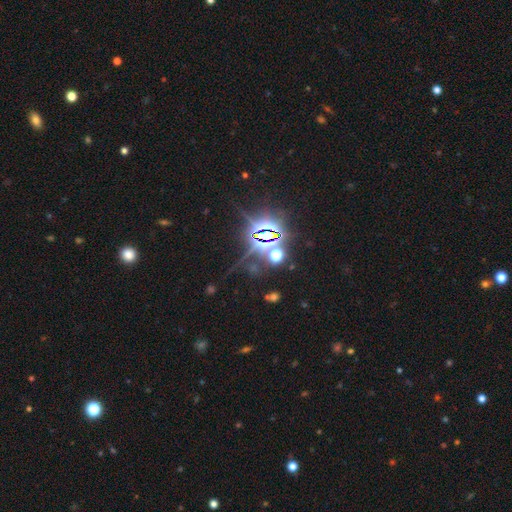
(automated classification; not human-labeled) smooth-or-featured: star or artifact: 82% | smooth: 11% | featured or disk: 7%